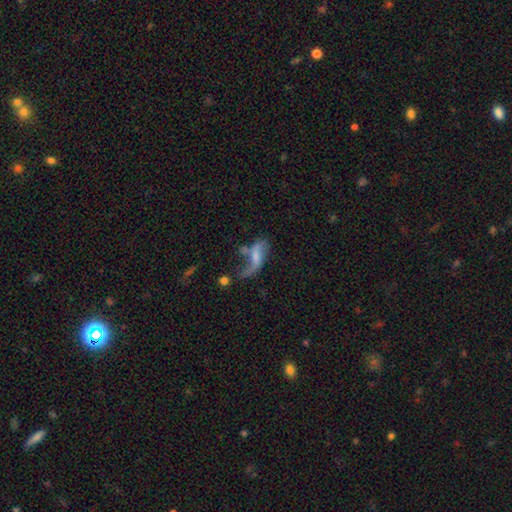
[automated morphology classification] type=featured or disk (60%); edge-on=no (91%); bar=weak (40%); spiral arms=yes (68%); bulge=small (37%); merging=major disturbance (38%).